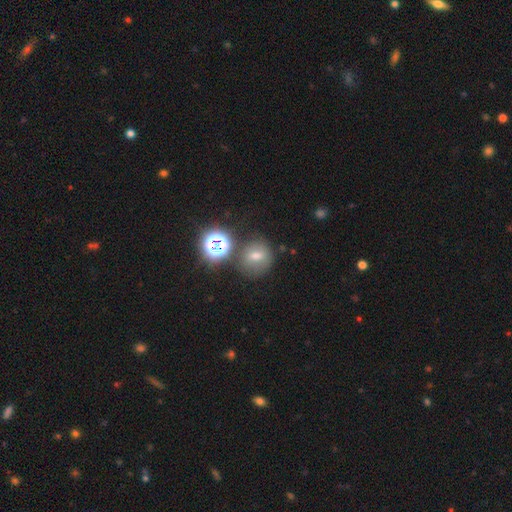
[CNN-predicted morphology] smooth_or_featured: smooth (p=0.50) [alt: star or artifact p=0.31]
merging: none (p=0.72) [alt: minor disturbance p=0.14]